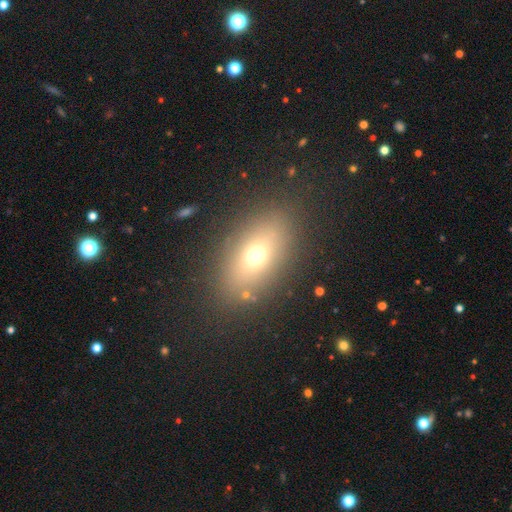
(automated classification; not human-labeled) smooth 65%, featured or disk 19%, star or artifact 15%. Down the decision tree: how rounded — in between (79%); merging — none (83%).